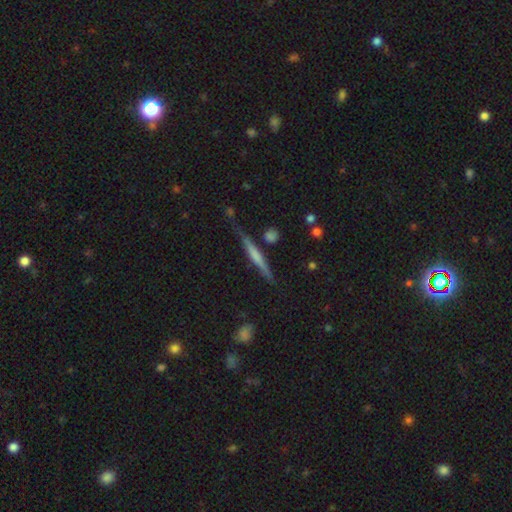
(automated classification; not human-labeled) This is possibly a featured or disk galaxy (53%). It is clearly viewed edge-on (95%). Merging: likely none (74%).